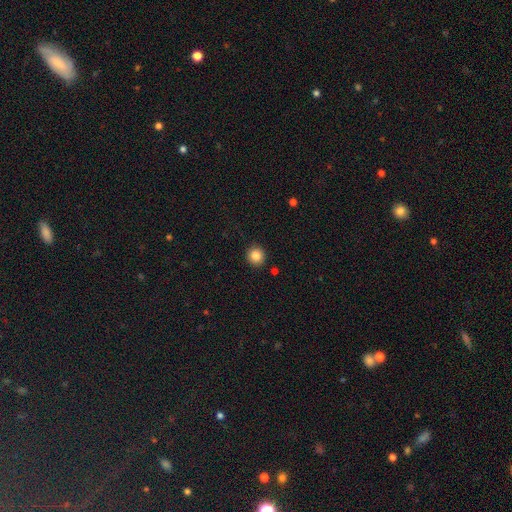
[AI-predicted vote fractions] smooth 85%, star or artifact 10%, featured or disk 5%. Down the decision tree: how rounded — round (92%); merging — none (91%).